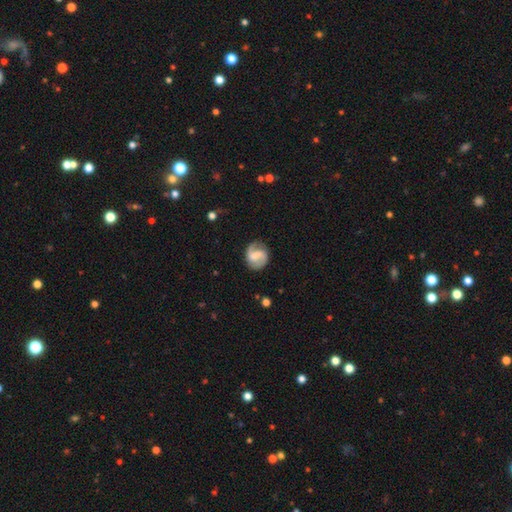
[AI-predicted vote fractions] smooth-or-featured: featured or disk: 79% | smooth: 15% | star or artifact: 6%
  disk-edge-on: no: 98% | yes: 2%
    bar: weak: 47% | strong: 33% | no: 20%
    has-spiral-arms: yes: 95% | no: 5%
      spiral-winding: medium: 47% | loose: 32% | tight: 21%
      spiral-arm-count: 2: 90% | can't tell: 4% | 1: 4% | 3: 1% | 4: 1% | more than 4: 1%
    bulge-size: none: 37% | small: 27% | moderate: 25% | large: 9% | dominant: 2%
  merging: none: 81% | minor disturbance: 12% | major disturbance: 5% | merger: 2%